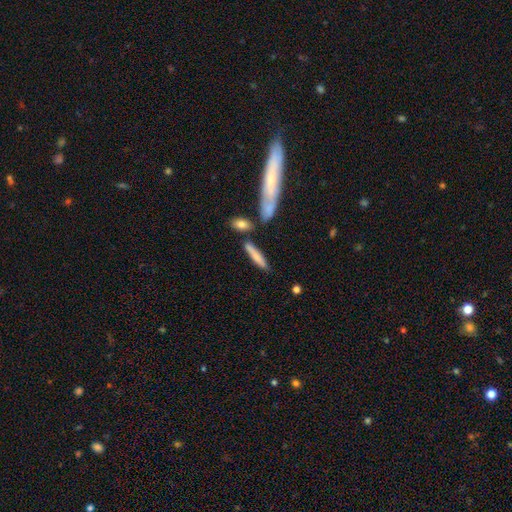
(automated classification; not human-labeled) A smooth galaxy with no disk features (73%) that is cigar-shaped (83%). Merging: none (69%).